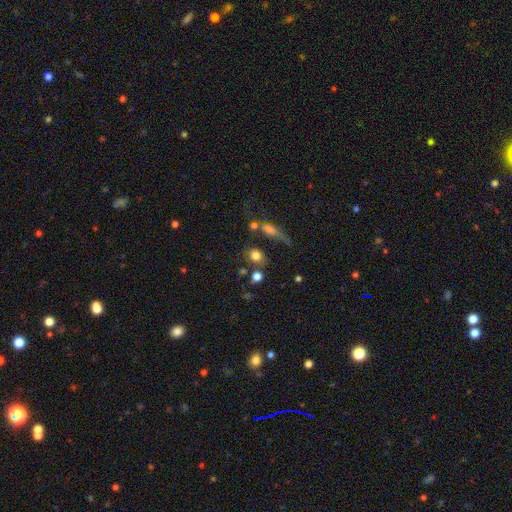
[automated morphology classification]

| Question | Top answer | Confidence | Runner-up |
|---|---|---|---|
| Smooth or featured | smooth | 77% | star or artifact (13%) |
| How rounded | round | 64% | in between (33%) |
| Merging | none | 62% | merger (17%) |